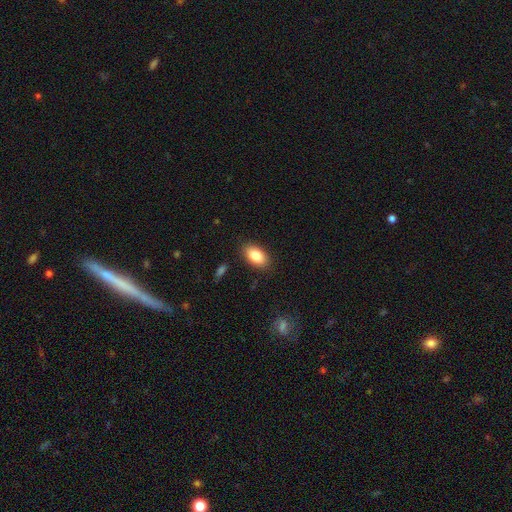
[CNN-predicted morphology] Smooth or featured? Predicted: smooth (p=0.86). How rounded? Predicted: in between (p=0.93). Merging? Predicted: none (p=0.87).